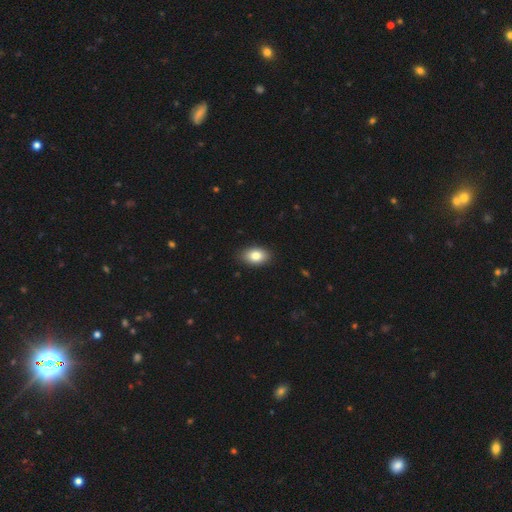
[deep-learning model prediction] smooth-or-featured: smooth: 83% | featured or disk: 10% | star or artifact: 8%
  how-rounded: in between: 89% | round: 10% | cigar-shaped: 1%
  merging: none: 87% | minor disturbance: 10% | major disturbance: 2% | merger: 1%